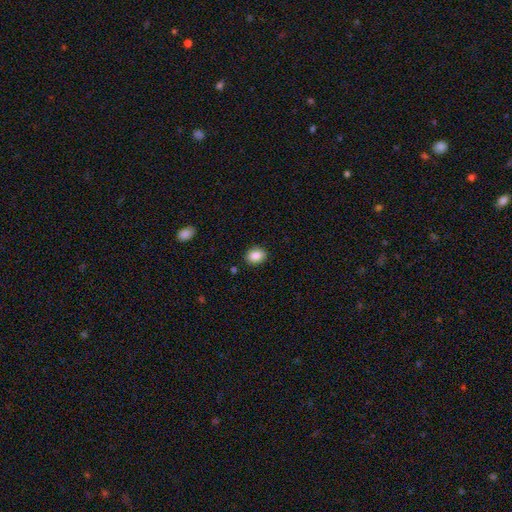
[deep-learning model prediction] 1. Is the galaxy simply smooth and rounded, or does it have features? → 87% smooth, 8% star or artifact, 5% featured or disk.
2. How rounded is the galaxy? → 60% in between, 39% round, 1% cigar-shaped.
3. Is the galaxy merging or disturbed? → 88% none, 8% minor disturbance, 2% major disturbance, 2% merger.